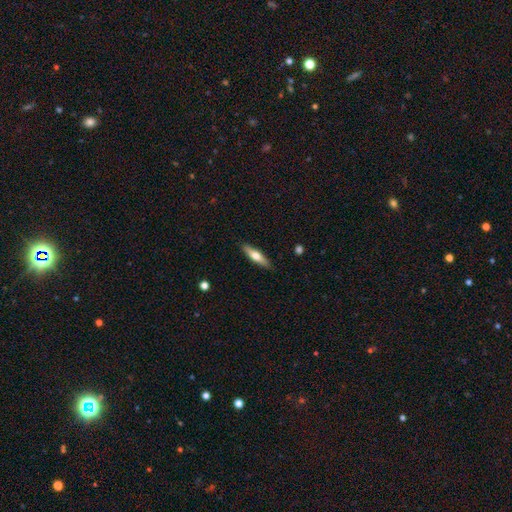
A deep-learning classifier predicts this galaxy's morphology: Smooth or featured?
  - smooth: 51% *
  - featured or disk: 43%
  - star or artifact: 6%
How rounded?
  - cigar-shaped: 76% *
  - in between: 22%
  - round: 2%
Merging?
  - none: 89% *
  - minor disturbance: 8%
  - major disturbance: 2%
  - merger: 1%